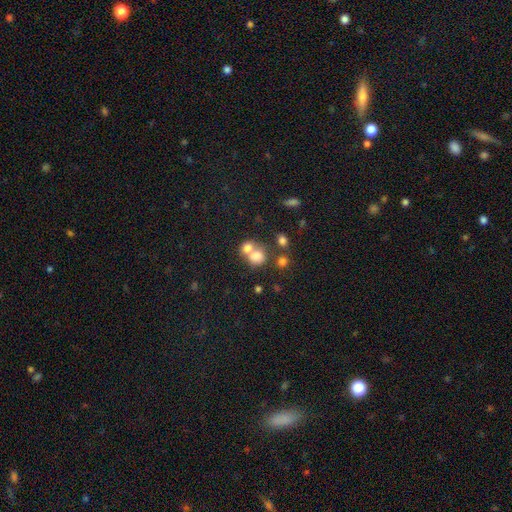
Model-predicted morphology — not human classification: Q: Smooth or featured?
A: smooth (74%); runner-up: featured or disk (14%)
Q: How rounded?
A: round (66%); runner-up: in between (32%)
Q: Merging?
A: merger (57%); runner-up: none (32%)